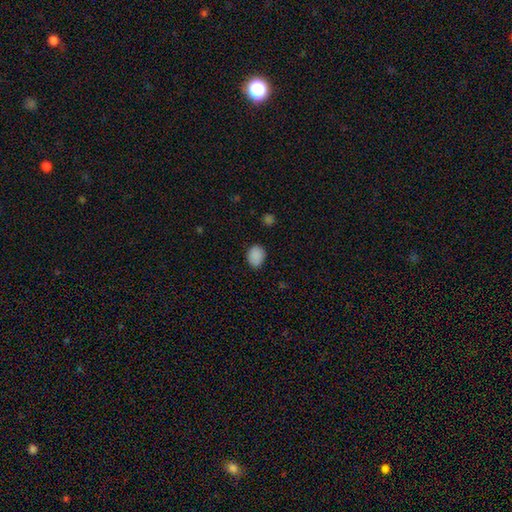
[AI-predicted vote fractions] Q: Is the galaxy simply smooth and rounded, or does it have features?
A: smooth — 88%.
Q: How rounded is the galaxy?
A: in between — 60%.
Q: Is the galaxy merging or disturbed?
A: none — 81%.